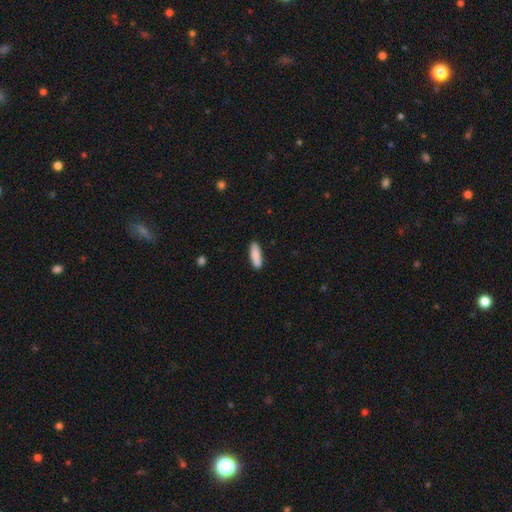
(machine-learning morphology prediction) Smooth or featured? smooth (88%)
How rounded? cigar-shaped (56%)
Merging? none (87%)